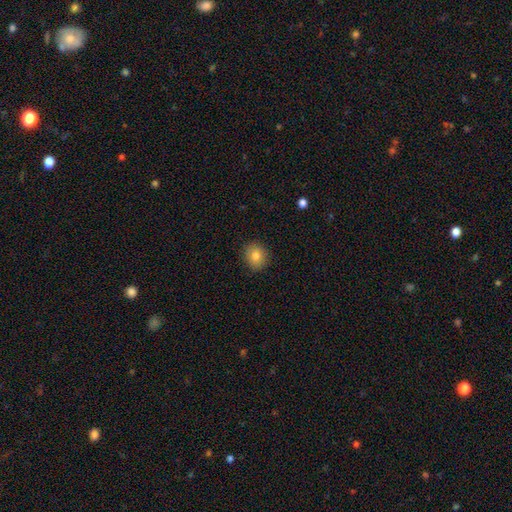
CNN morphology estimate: smooth 81%, star or artifact 10%, featured or disk 9%. Down the decision tree: how rounded — round (79%); merging — none (89%).